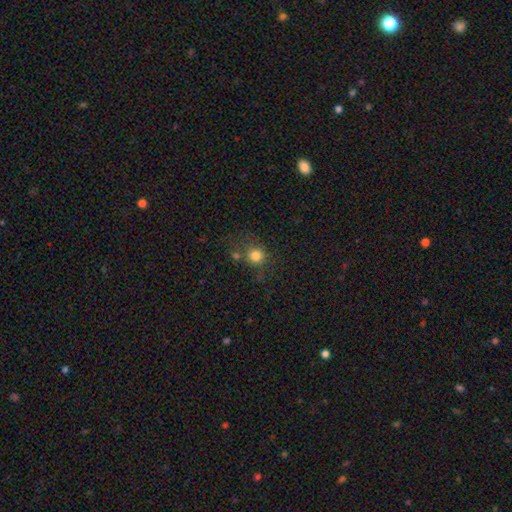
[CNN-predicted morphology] Smooth or featured? smooth (79%)
How rounded? round (89%)
Merging? none (70%)